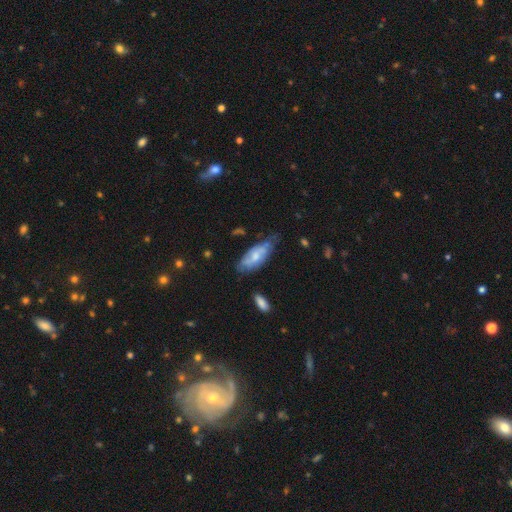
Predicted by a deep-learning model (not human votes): smooth 50%, featured or disk 43%, star or artifact 6%. Down the decision tree: how rounded — in between (80%); merging — none (46%).